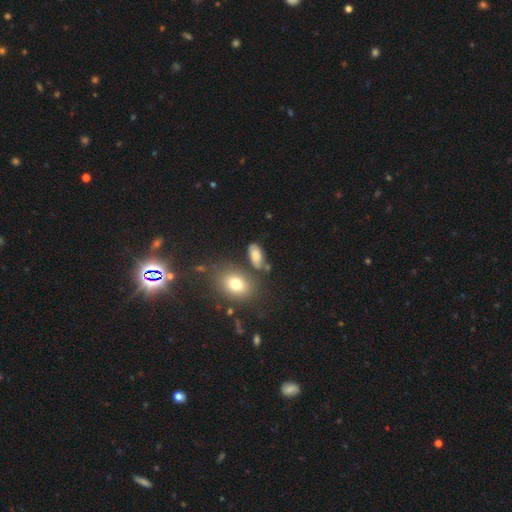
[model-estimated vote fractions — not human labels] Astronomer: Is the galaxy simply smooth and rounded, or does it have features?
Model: smooth — 74%.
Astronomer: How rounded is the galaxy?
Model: in between — 88%.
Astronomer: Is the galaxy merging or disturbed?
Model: none — 61%.